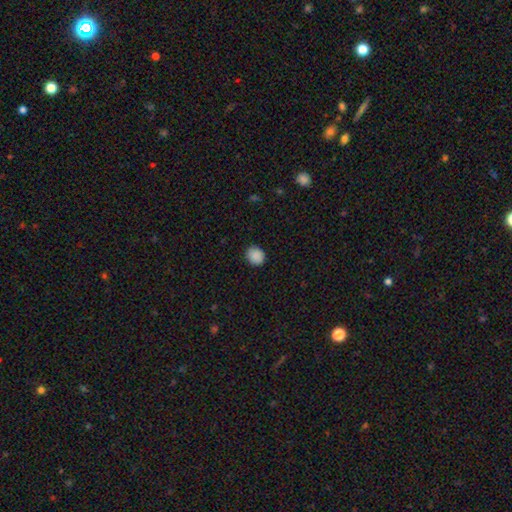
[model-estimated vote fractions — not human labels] Q: Smooth or featured?
A: smooth (89%); runner-up: star or artifact (8%)
Q: How rounded?
A: round (78%); runner-up: in between (22%)
Q: Merging?
A: none (89%); runner-up: minor disturbance (8%)